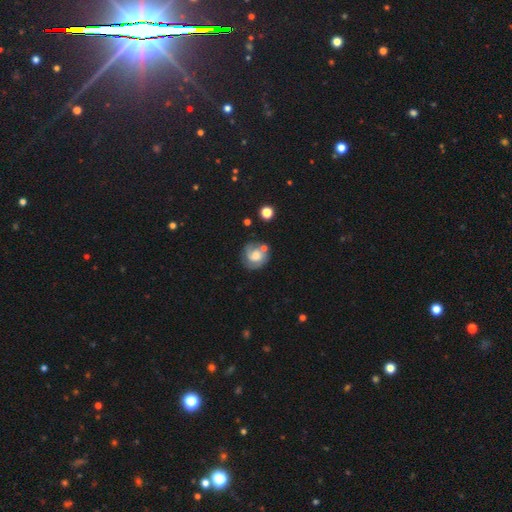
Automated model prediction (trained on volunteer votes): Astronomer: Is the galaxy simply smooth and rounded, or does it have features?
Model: featured or disk — 64%.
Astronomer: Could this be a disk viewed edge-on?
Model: no — 98%.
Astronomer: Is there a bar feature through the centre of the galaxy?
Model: no — 65%.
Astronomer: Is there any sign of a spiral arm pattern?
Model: yes — 88%.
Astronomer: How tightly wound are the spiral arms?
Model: tight — 50% (runner-up: medium, 37%).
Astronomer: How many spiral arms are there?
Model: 2 — 52%.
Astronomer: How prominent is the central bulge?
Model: moderate — 49%.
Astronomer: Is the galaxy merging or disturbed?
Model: none — 61%.